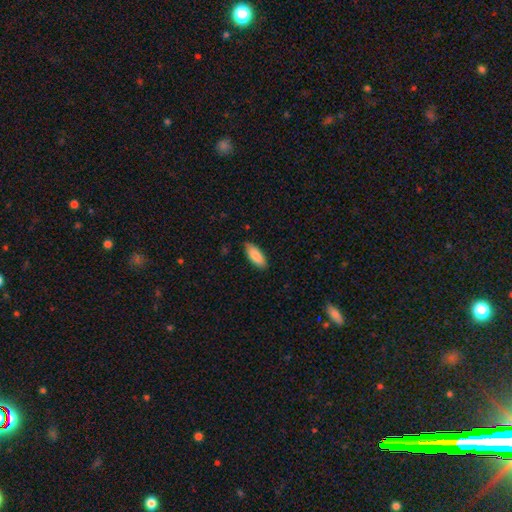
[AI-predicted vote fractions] This is clearly a smooth galaxy (87%). How rounded: likely in between (78%). Merging: clearly none (83%).